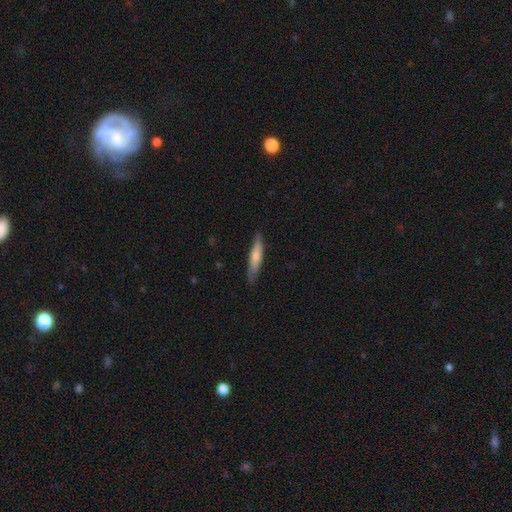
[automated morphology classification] smooth_or_featured: smooth (p=0.69) [alt: featured or disk p=0.26]
how_rounded: cigar-shaped (p=0.84) [alt: in between p=0.14]
merging: none (p=0.84) [alt: minor disturbance p=0.13]